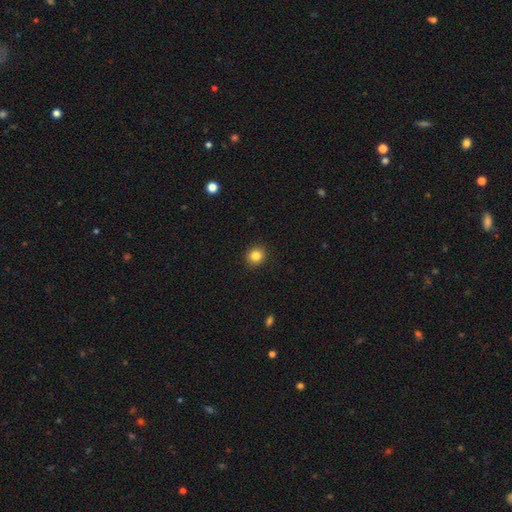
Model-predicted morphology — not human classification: Q: Smooth or featured?
A: smooth (84%); runner-up: star or artifact (11%)
Q: How rounded?
A: round (84%); runner-up: in between (15%)
Q: Merging?
A: none (92%); runner-up: minor disturbance (5%)